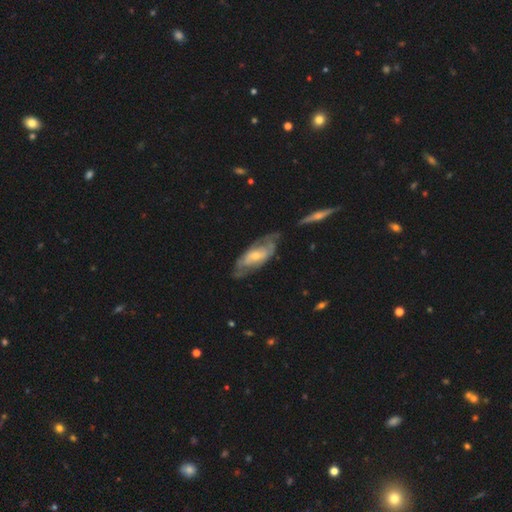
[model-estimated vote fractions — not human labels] Overall: featured or disk (68%). Edge-on disk: no (86%). Bar: no (58%; weak 31%). Spiral arms: yes (69%; no 31%). Bulge size: small (54%; moderate 41%). Merging: none (58%; minor disturbance 25%).